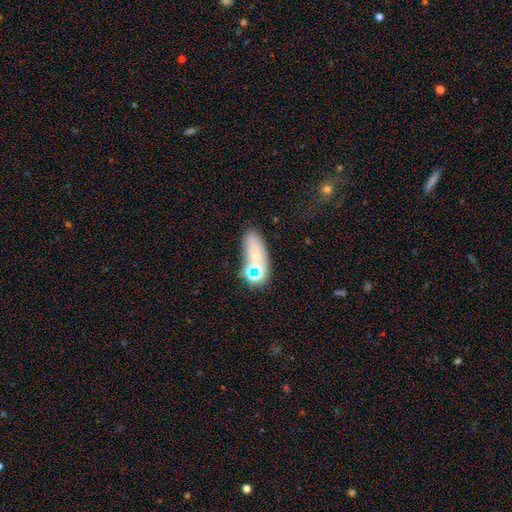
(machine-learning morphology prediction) type=smooth (56%); roundness=in between (75%); merging=none (58%).